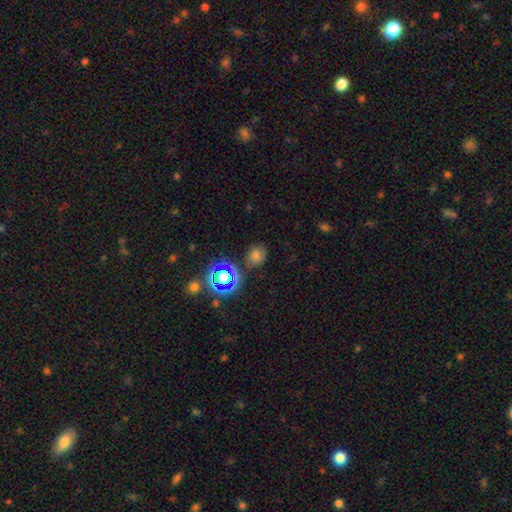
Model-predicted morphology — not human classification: A smooth galaxy with no disk features (57%) that is round (76%).

Vote fractions:
- Smooth or featured? smooth: 57% / star or artifact: 34% / featured or disk: 9%
- How rounded? round: 76% / in between: 23% / cigar-shaped: 1%
- Merging? none: 80% / minor disturbance: 12% / merger: 4% / major disturbance: 4%